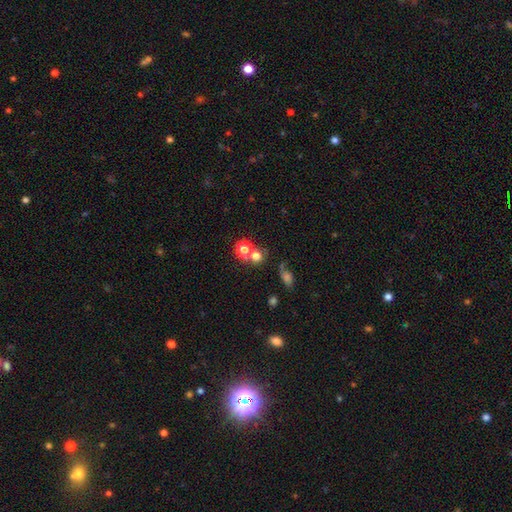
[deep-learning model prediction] This is likely a smooth galaxy (69%). How rounded: clearly round (86%). Merging: possibly none (53%).